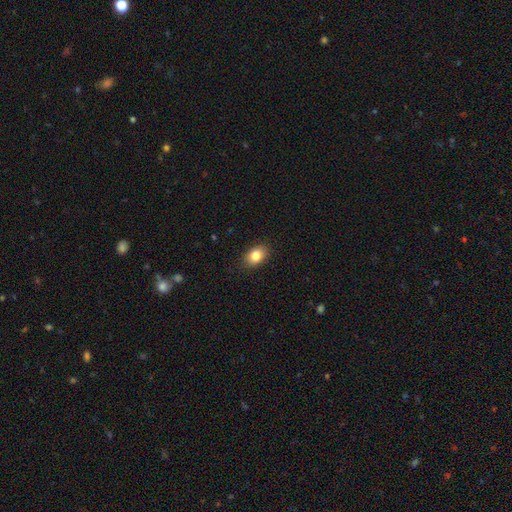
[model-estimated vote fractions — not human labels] Overall: smooth (84%). How rounded: in between (79%). Merging: none (86%).